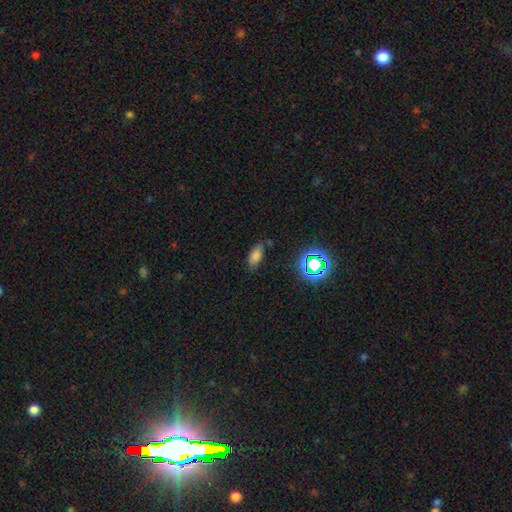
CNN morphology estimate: This is likely a smooth galaxy (74%). How rounded: clearly in between (86%). Merging: likely none (76%).